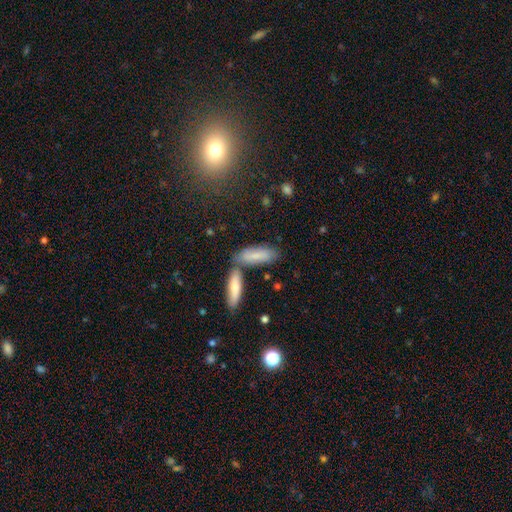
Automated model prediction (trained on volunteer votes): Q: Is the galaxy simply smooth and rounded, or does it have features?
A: smooth — 74%.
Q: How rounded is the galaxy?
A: in between — 52%.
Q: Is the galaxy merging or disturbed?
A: none — 56%.